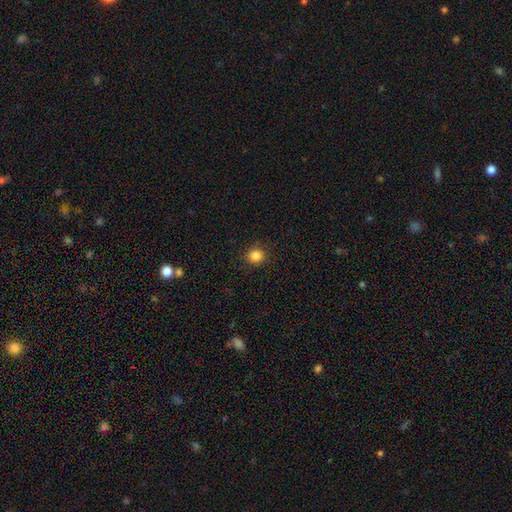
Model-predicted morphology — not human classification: smooth 84%, star or artifact 12%, featured or disk 4%. Down the decision tree: how rounded — round (93%); merging — none (91%).